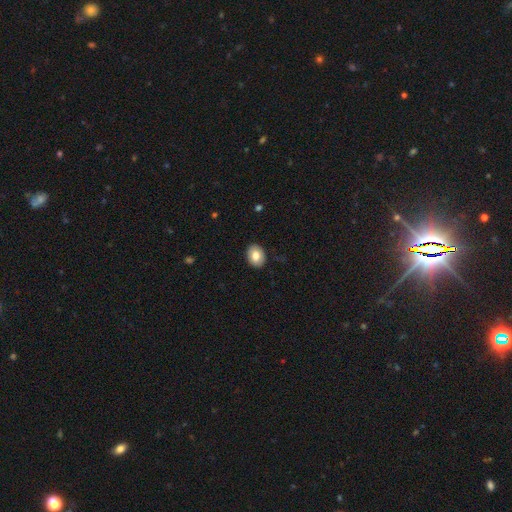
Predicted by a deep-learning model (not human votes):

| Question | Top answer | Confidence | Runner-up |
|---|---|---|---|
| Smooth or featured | smooth | 80% | featured or disk (12%) |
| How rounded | in between | 64% | round (35%) |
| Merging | none | 89% | minor disturbance (8%) |